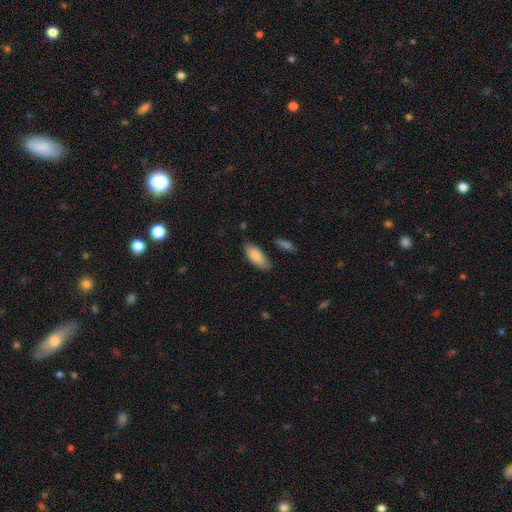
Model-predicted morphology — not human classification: Overall: smooth (85%). How rounded: in between (82%). Merging: none (78%).